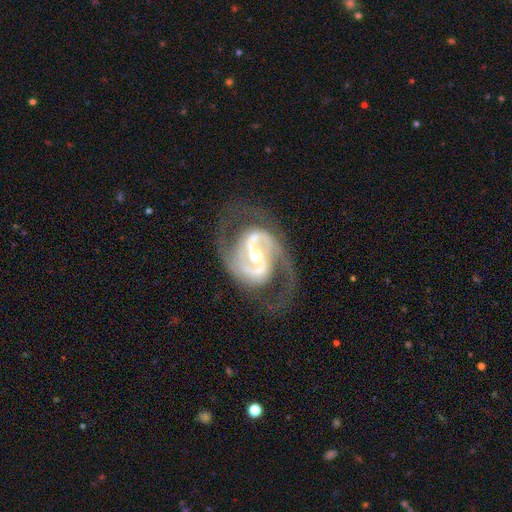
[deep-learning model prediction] This is clearly a featured or disk galaxy (91%). It is clearly not viewed edge-on (97%). Bar: marginally strong (39%). Spiral arm pattern: clearly yes (96%). Spiral arm count: clearly 2 (88%). Spiral winding: possibly medium (55%). Central bulge: likely moderate (66%). Merging: likely none (69%).